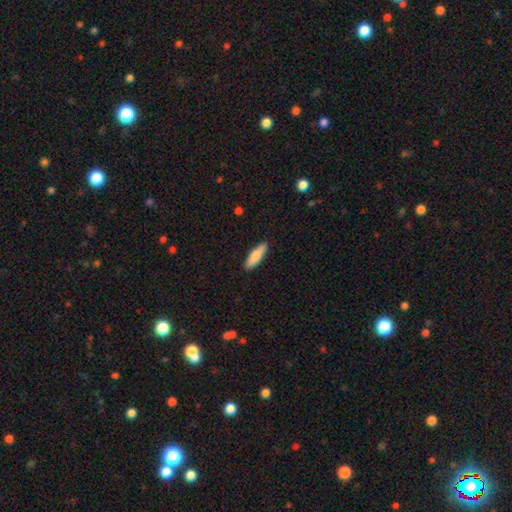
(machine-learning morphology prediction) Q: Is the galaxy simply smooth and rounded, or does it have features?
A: smooth — 80%.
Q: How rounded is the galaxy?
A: cigar-shaped — 52%.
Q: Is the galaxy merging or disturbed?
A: none — 89%.